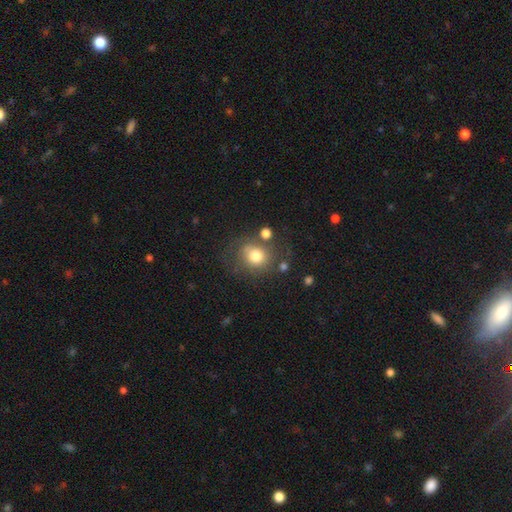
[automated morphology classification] A smooth galaxy with no disk features (75%) that is round (77%).

Vote fractions:
- Smooth or featured? smooth: 75% / featured or disk: 13% / star or artifact: 12%
- How rounded? round: 77% / in between: 22% / cigar-shaped: 1%
- Merging? none: 65% / minor disturbance: 17% / merger: 10% / major disturbance: 9%